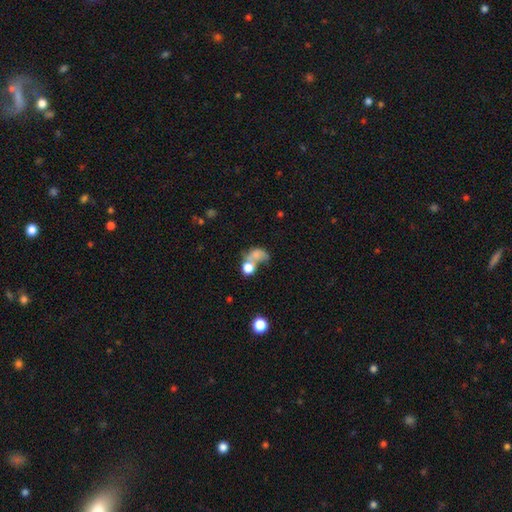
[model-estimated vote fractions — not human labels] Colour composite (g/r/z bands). It shows a smooth galaxy with no disk features (64%) that is in between round and cigar-shaped (59%). Merging: merger (51%).